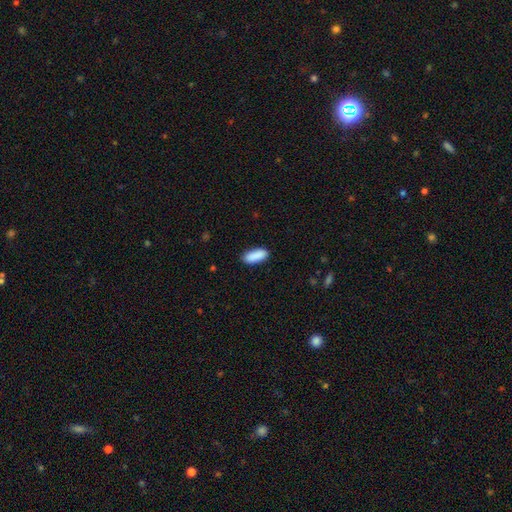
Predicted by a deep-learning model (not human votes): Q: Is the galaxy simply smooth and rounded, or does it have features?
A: smooth — 90%.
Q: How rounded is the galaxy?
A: in between — 78%.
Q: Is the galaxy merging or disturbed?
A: none — 87%.